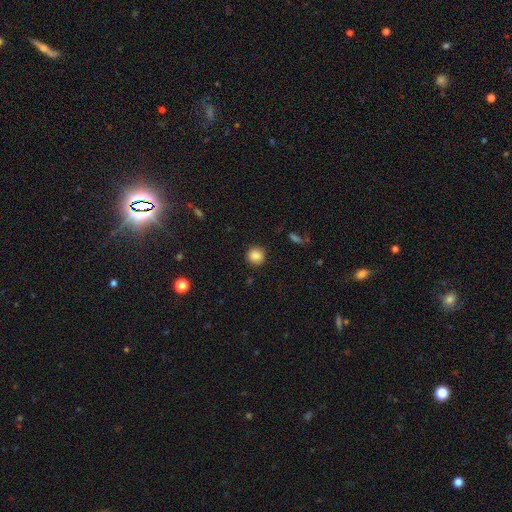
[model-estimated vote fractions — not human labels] Smooth or featured: smooth — 87% (star or artifact — 9%)
How rounded: round — 91% (in between — 8%)
Merging: none — 91% (minor disturbance — 6%)